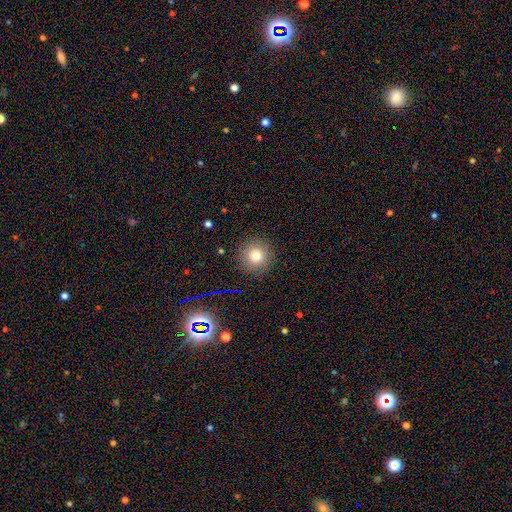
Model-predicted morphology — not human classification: A smooth galaxy with no disk features (76%) that is round (95%). Merging: none (90%).